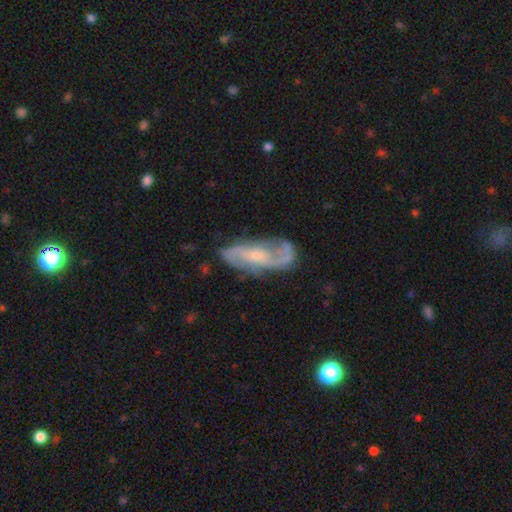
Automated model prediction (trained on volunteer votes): smooth_or_featured: featured or disk (p=0.81) [alt: smooth p=0.13]
disk_edge_on: no (p=0.92) [alt: yes p=0.08]
bar: no (p=0.48) [alt: weak p=0.39]
has_spiral_arms: yes (p=0.94) [alt: no p=0.06]
spiral_winding: medium (p=0.43) [alt: loose p=0.39]
spiral_arm_count: 2 (p=0.79) [alt: can't tell p=0.09]
bulge_size: small (p=0.57) [alt: moderate p=0.34]
merging: none (p=0.66) [alt: minor disturbance p=0.21]